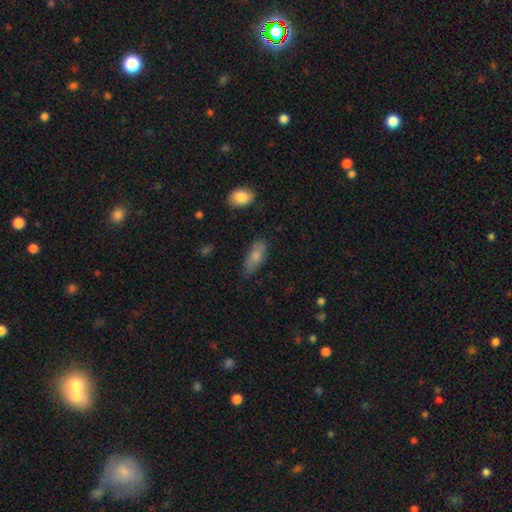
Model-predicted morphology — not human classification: Smooth or featured: smooth — 79% (featured or disk — 14%)
How rounded: in between — 82% (cigar-shaped — 15%)
Merging: none — 73% (minor disturbance — 21%)